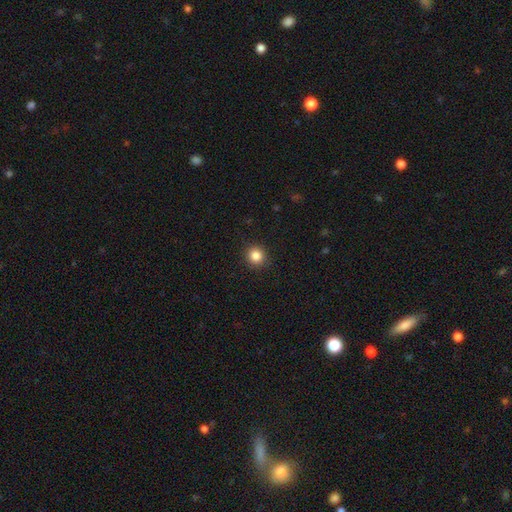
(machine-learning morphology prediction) A smooth galaxy with no disk features (85%) that is round (91%).

Vote fractions:
- Smooth or featured? smooth: 85% / star or artifact: 11% / featured or disk: 4%
- How rounded? round: 91% / in between: 8% / cigar-shaped: 1%
- Merging? none: 92% / minor disturbance: 6% / major disturbance: 2% / merger: 1%